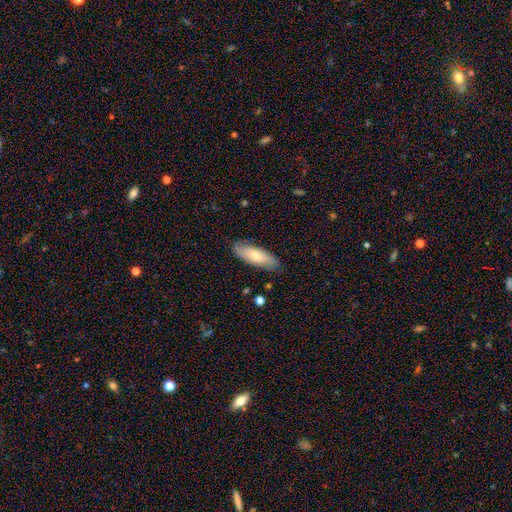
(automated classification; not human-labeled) A smooth galaxy with no disk features (68%) that is in between round and cigar-shaped (65%).

Vote fractions:
- Smooth or featured? smooth: 68% / featured or disk: 26% / star or artifact: 6%
- How rounded? in between: 65% / cigar-shaped: 33% / round: 2%
- Merging? none: 83% / minor disturbance: 13% / major disturbance: 3% / merger: 1%